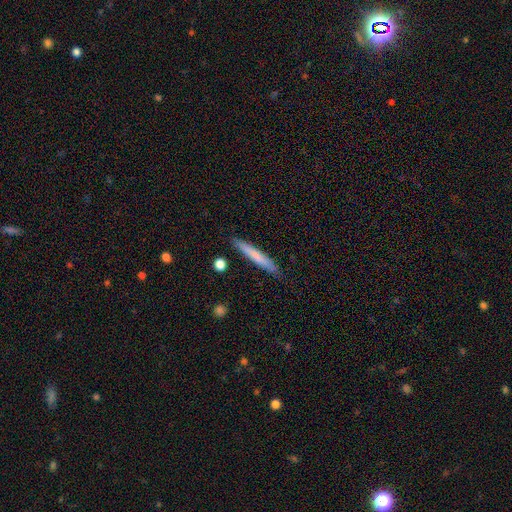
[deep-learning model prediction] Smooth or featured? Predicted: smooth (p=0.69). How rounded? Predicted: cigar-shaped (p=0.95). Merging? Predicted: none (p=0.88).